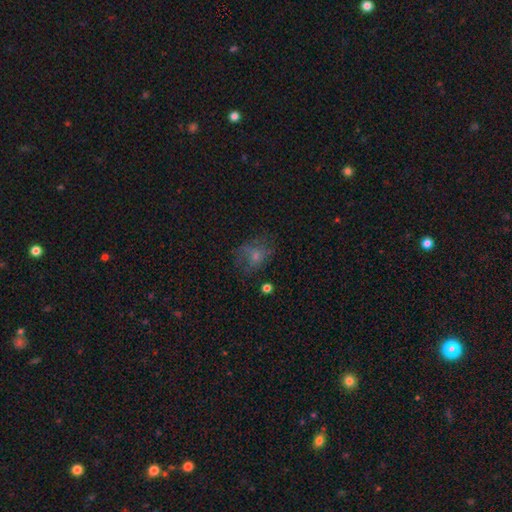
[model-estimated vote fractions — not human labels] A smooth galaxy with no disk features (50%).

Vote fractions:
- Smooth or featured? smooth: 50% / featured or disk: 29% / star or artifact: 21%
- Merging? none: 55% / minor disturbance: 23% / major disturbance: 21% / merger: 2%